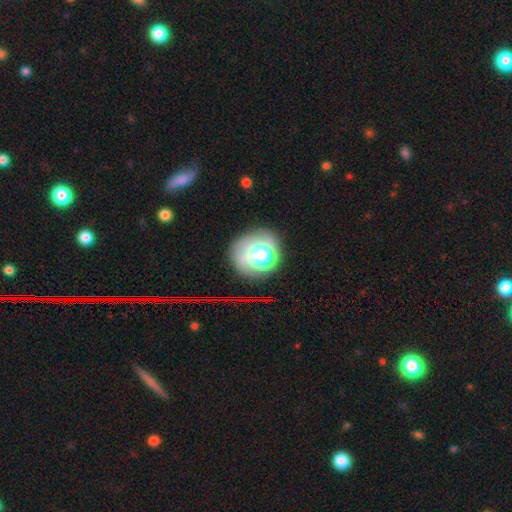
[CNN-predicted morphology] The model was most divided on "smooth or featured": smooth: 57%, featured or disk: 23%, star or artifact: 20%. More confident: how rounded — round (81%); merging — none (63%).